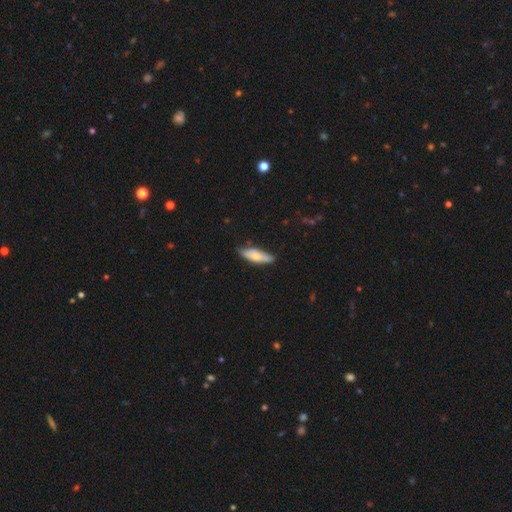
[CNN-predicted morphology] Smooth or featured?
  - smooth: 64% *
  - featured or disk: 30%
  - star or artifact: 6%
How rounded?
  - in between: 54% *
  - cigar-shaped: 44%
  - round: 2%
Merging?
  - none: 77% *
  - minor disturbance: 19%
  - major disturbance: 3%
  - merger: 1%